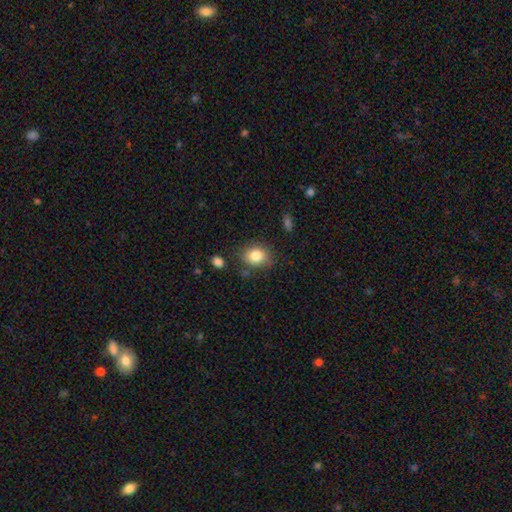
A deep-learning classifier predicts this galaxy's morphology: Overall: smooth (83%). How rounded: round (52%; in between 47%). Merging: none (77%).